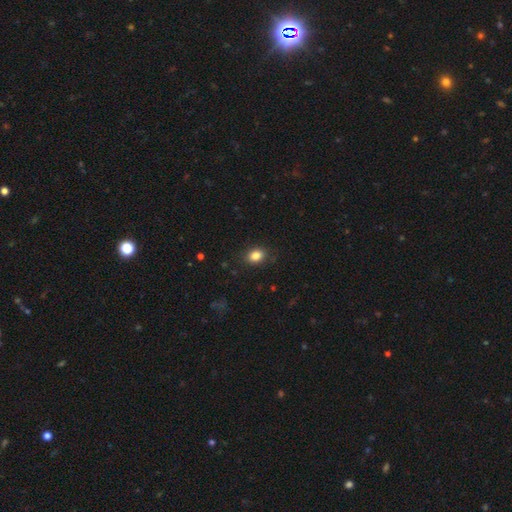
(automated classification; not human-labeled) The model was most divided on "how rounded": in between: 67%, round: 32%, cigar-shaped: 1%. More confident: merging — none (85%); smooth or featured — smooth (85%).